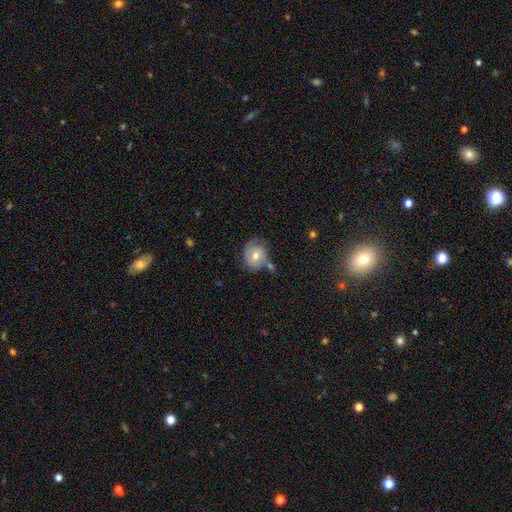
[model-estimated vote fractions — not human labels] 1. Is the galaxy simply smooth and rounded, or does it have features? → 47% smooth, 45% featured or disk, 8% star or artifact.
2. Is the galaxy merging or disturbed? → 49% none, 24% minor disturbance, 14% merger, 13% major disturbance.